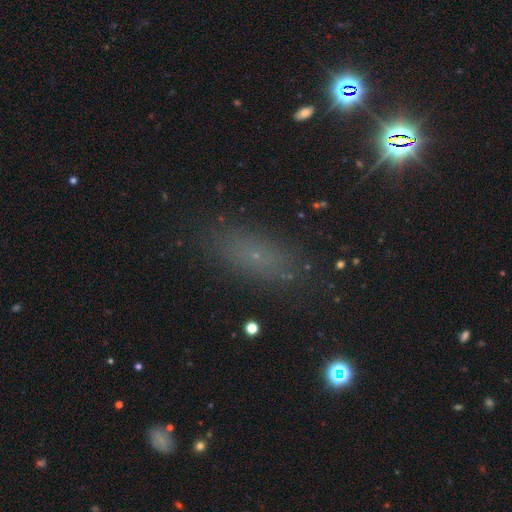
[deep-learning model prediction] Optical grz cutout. It shows a smooth galaxy with no disk features (57%) that is in between round and cigar-shaped (64%). Merging: none (82%).